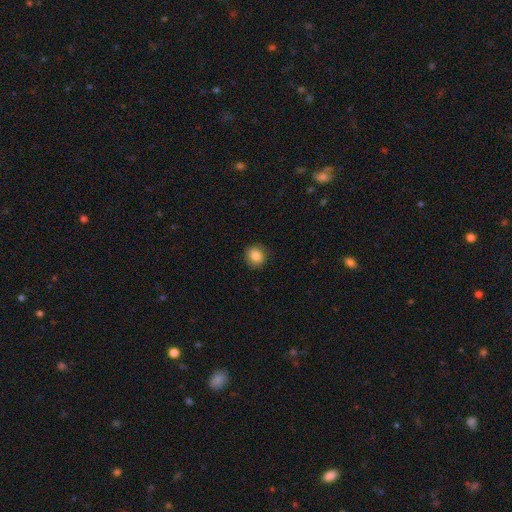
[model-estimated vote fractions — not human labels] Overall: smooth (86%). How rounded: round (79%). Merging: none (87%).